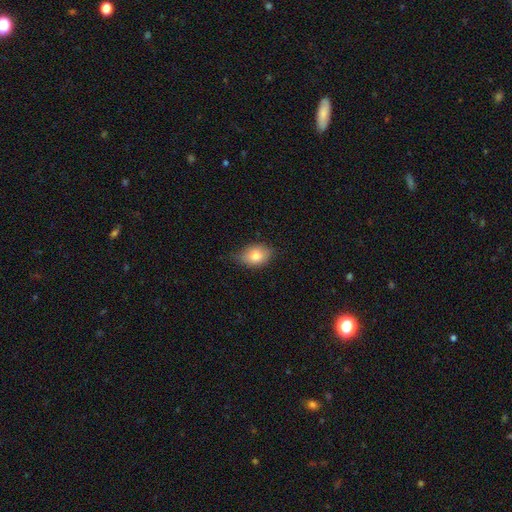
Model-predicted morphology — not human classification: This appears to be a smooth galaxy with no disk features (79%) that is in between round and cigar-shaped (73%). Merging: none (66%).